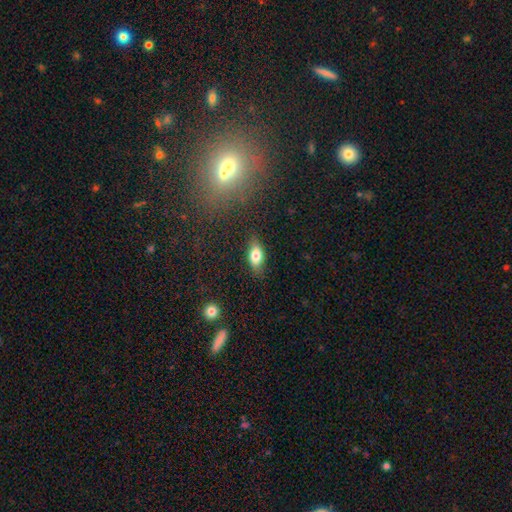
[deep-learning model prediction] Morphology: type=smooth (78%); roundness=in between (85%); merging=none (81%).